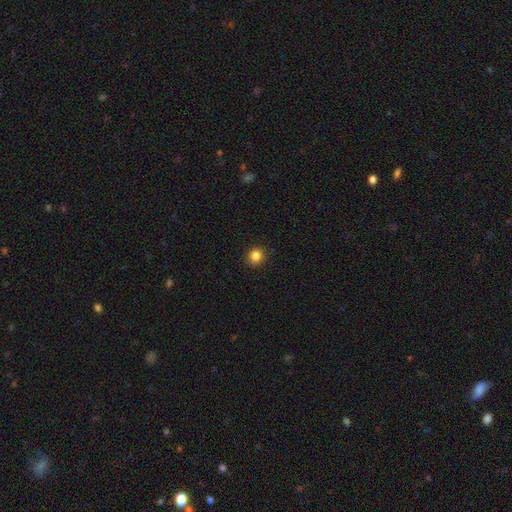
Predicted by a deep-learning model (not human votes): smooth_or_featured: smooth (p=0.85) [alt: star or artifact p=0.11]
how_rounded: round (p=0.84) [alt: in between p=0.15]
merging: none (p=0.91) [alt: minor disturbance p=0.06]